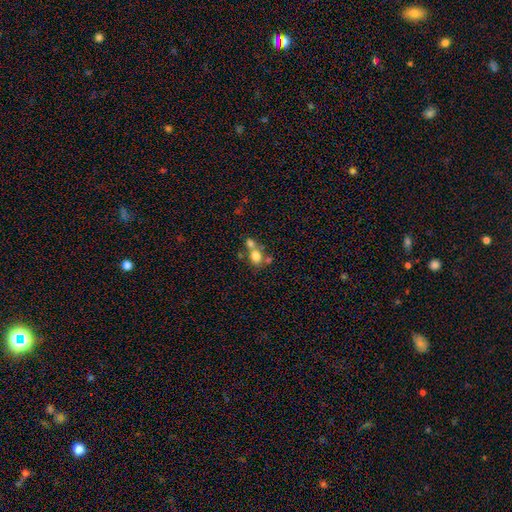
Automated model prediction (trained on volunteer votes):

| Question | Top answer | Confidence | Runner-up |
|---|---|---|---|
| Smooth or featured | smooth | 75% | featured or disk (13%) |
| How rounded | round | 57% | in between (42%) |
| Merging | merger | 48% | none (38%) |